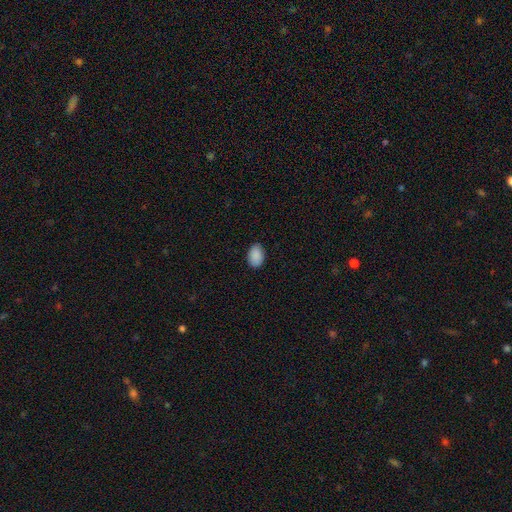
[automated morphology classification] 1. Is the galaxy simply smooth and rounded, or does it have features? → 90% smooth, 7% star or artifact, 3% featured or disk.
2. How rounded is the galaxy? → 87% in between, 12% round, 1% cigar-shaped.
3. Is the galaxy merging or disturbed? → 85% none, 12% minor disturbance, 2% major disturbance, 1% merger.